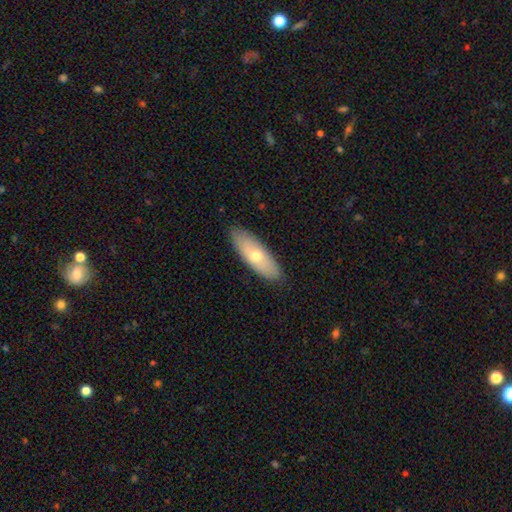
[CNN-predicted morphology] Smooth or featured? smooth (63%)
How rounded? in between (62%)
Merging? none (87%)